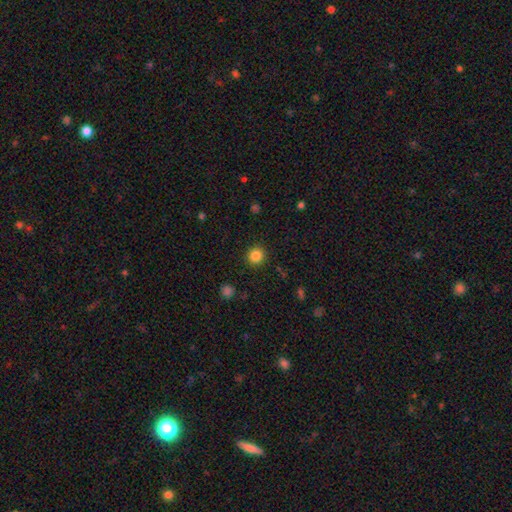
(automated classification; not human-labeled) Smooth or featured? smooth (85%)
How rounded? round (91%)
Merging? none (91%)